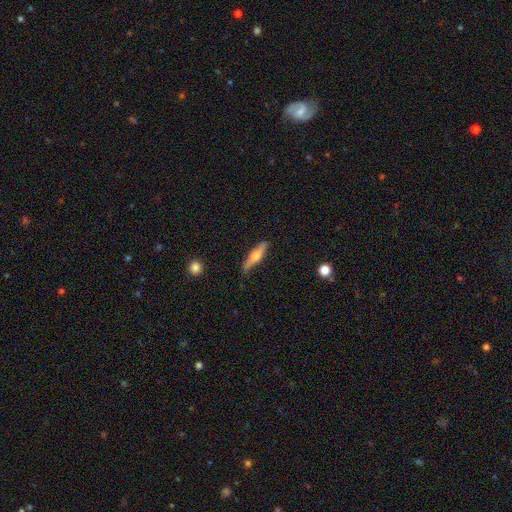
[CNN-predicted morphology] Smooth or featured? Predicted: featured or disk (p=0.60). Edge-on disk? Predicted: yes (p=0.95). Edge-on bulge? Predicted: rounded (p=0.91). Merging? Predicted: none (p=0.81).